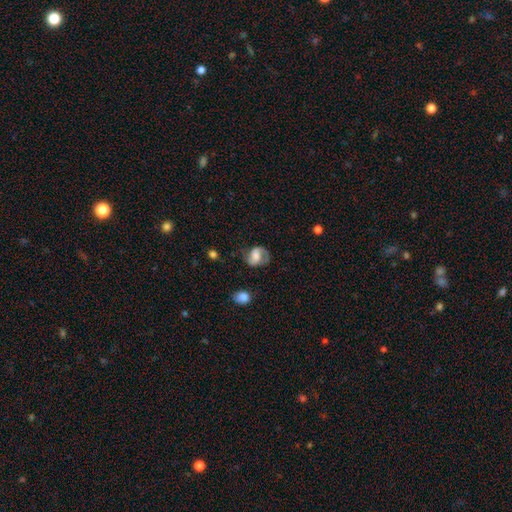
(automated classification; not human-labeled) featured or disk 51%, smooth 41%, star or artifact 8%. Down the decision tree: edge-on disk — no (97%); merging — none (61%).